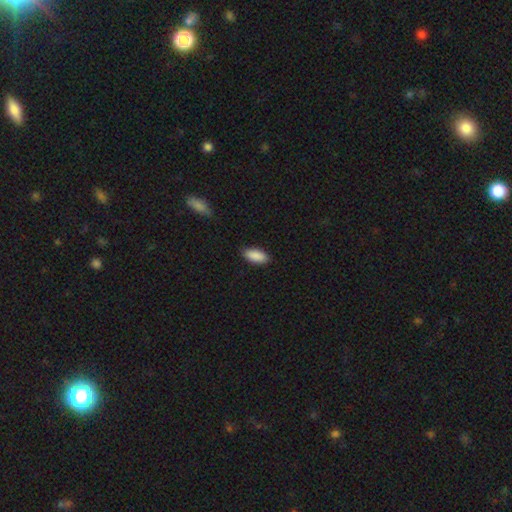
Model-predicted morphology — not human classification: smooth 90%, star or artifact 6%, featured or disk 4%. Down the decision tree: how rounded — in between (88%); merging — none (85%).